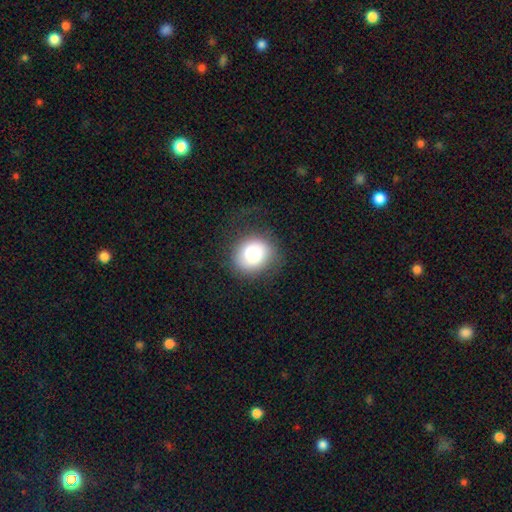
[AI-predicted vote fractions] smooth-or-featured: smooth: 80% | featured or disk: 11% | star or artifact: 8%
  how-rounded: round: 78% | in between: 21% | cigar-shaped: 1%
  merging: none: 70% | minor disturbance: 17% | major disturbance: 11% | merger: 1%